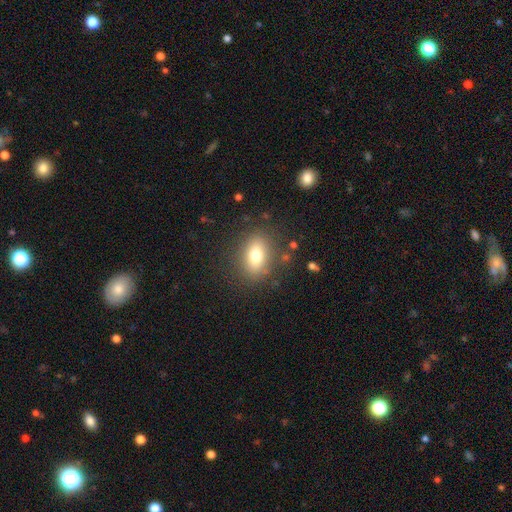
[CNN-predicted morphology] A smooth galaxy with no disk features (75%) that is in between round and cigar-shaped (76%). Merging: none (83%).